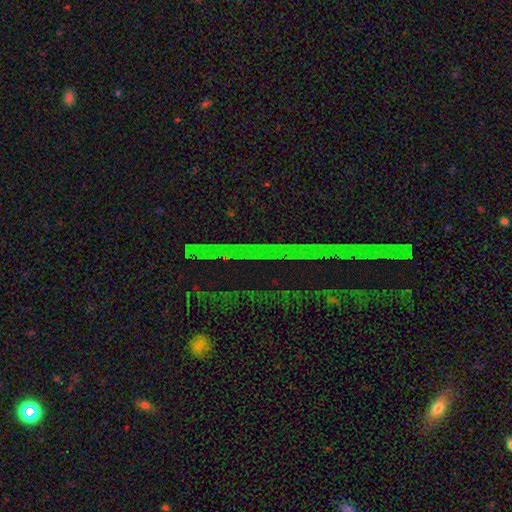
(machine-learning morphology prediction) Smooth or featured: star or artifact — 78% (featured or disk — 12%)